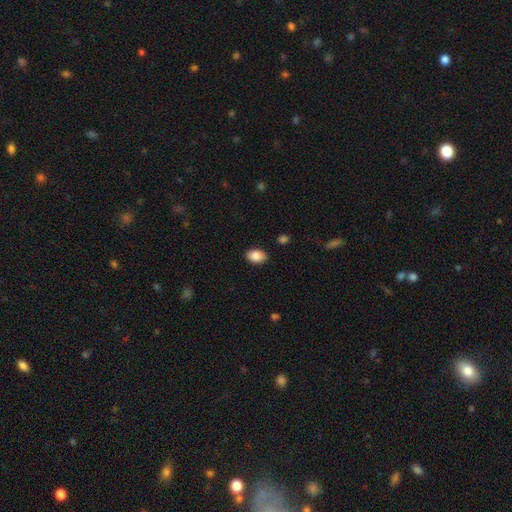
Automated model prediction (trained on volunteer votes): The model was most divided on "how rounded": in between: 87%, round: 12%, cigar-shaped: 1%. More confident: smooth or featured — smooth (87%); merging — none (87%).